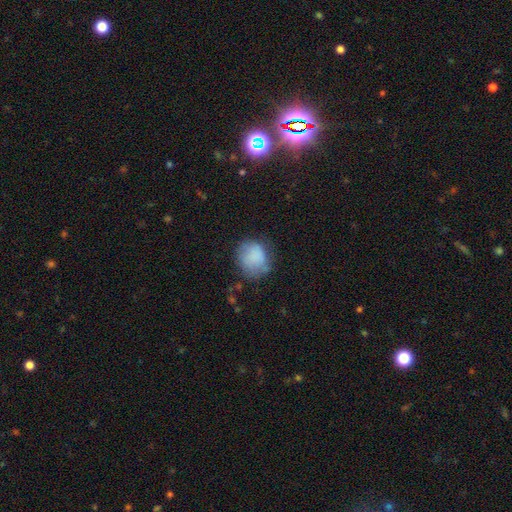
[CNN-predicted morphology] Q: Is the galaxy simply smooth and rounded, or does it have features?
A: smooth — 80%.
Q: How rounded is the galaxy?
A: round — 77%.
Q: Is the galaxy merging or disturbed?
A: none — 60%.